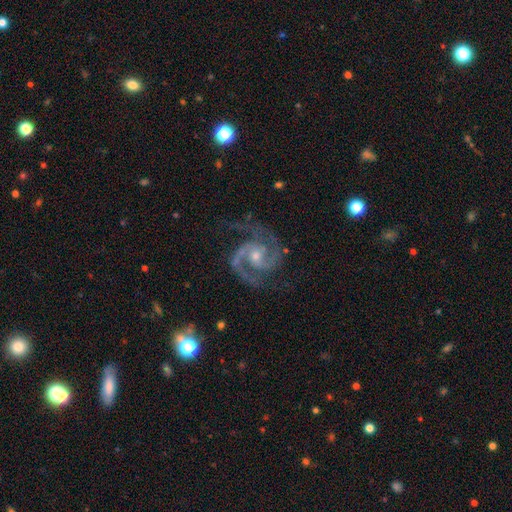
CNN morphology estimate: featured or disk 93%, star or artifact 4%, smooth 2%. Down the decision tree: edge-on disk — no (98%); bar — no (52%); spiral arms — yes (99%); spiral arm count — 2 (85%); spiral winding — medium (60%); bulge size — small (52%); merging — none (74%).